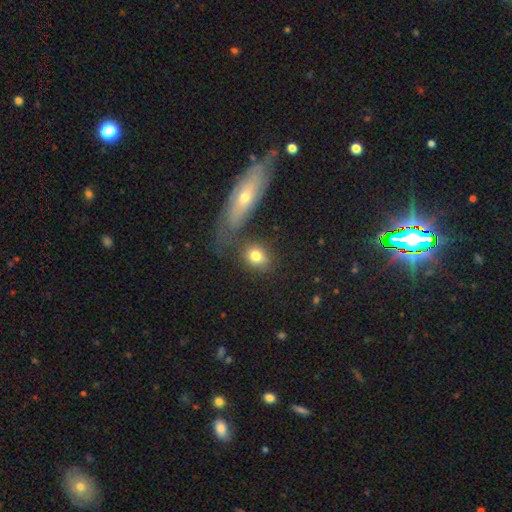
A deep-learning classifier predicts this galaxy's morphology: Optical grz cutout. It shows a smooth galaxy with no disk features (78%) that is round (55%). Merging: none (65%).